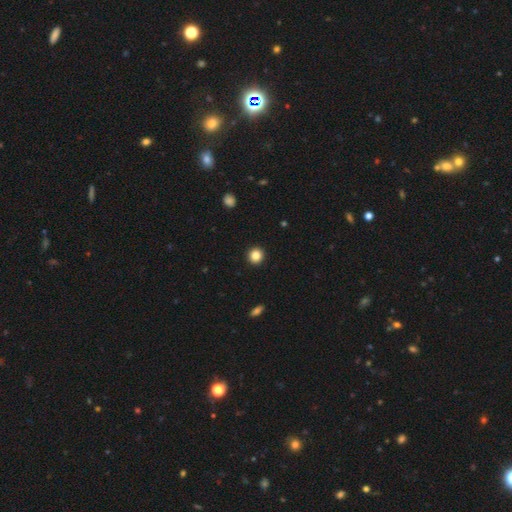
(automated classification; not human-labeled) This appears to be a smooth galaxy with no disk features (85%) that is round (94%). Merging: none (93%).